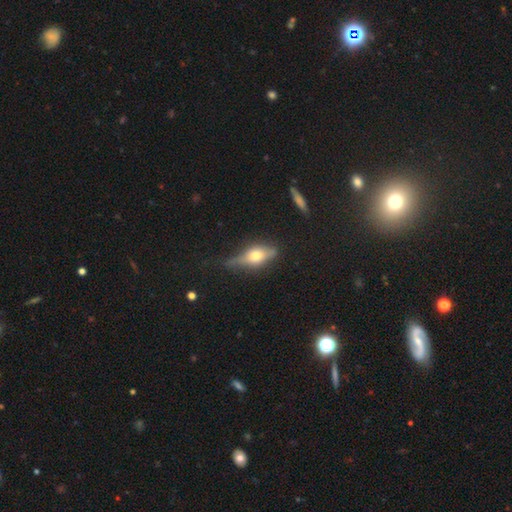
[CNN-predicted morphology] Overall: featured or disk (48%; smooth 44%). Merging: none (56%; minor disturbance 31%).